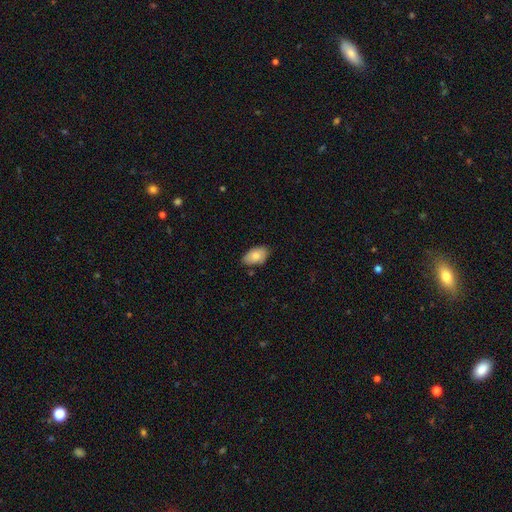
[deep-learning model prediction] Overall: smooth (79%). How rounded: in between (92%). Merging: none (74%).